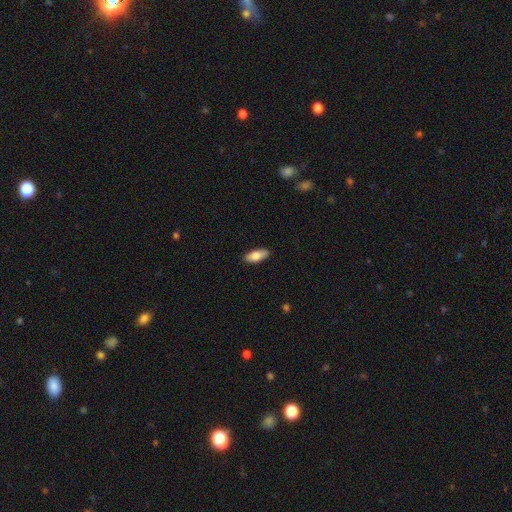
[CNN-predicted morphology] smooth-or-featured: smooth: 79% | featured or disk: 15% | star or artifact: 6%
  how-rounded: in between: 82% | cigar-shaped: 16% | round: 2%
  merging: none: 88% | minor disturbance: 9% | major disturbance: 2% | merger: 1%